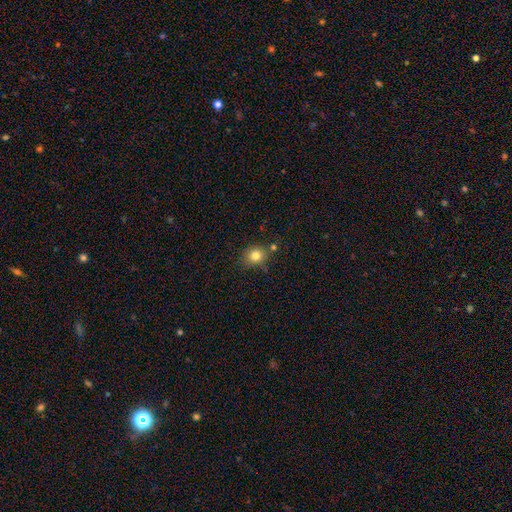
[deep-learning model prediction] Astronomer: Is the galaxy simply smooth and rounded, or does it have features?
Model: smooth — 80%.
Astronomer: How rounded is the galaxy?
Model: round — 64%.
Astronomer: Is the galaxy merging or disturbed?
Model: none — 73%.